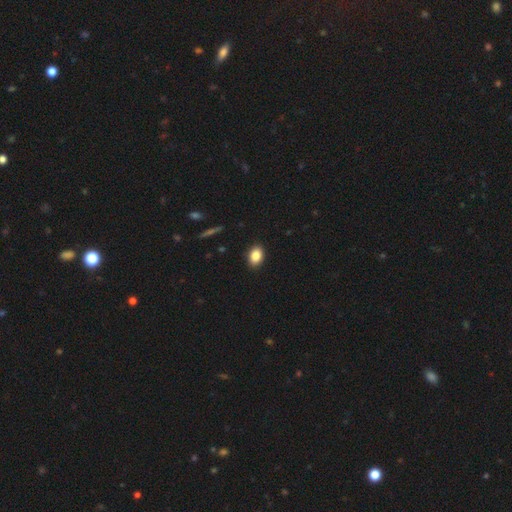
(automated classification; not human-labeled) This is clearly a smooth galaxy (86%). How rounded: clearly in between (80%). Merging: clearly none (90%).